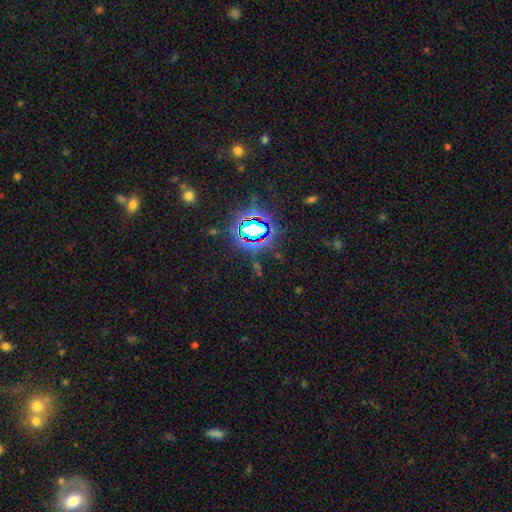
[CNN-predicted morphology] A star or artifact, not a galaxy (79%).

Vote fractions:
- Smooth or featured? star or artifact: 79% / smooth: 12% / featured or disk: 8%